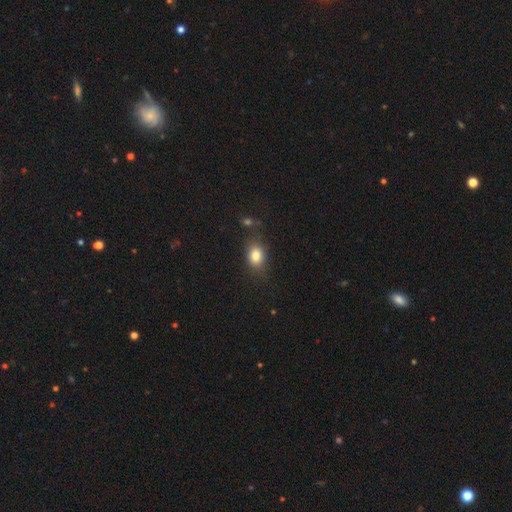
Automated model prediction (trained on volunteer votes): smooth-or-featured: smooth: 81% | star or artifact: 10% | featured or disk: 9%
  how-rounded: in between: 66% | round: 32% | cigar-shaped: 1%
  merging: none: 76% | minor disturbance: 16% | major disturbance: 5% | merger: 4%